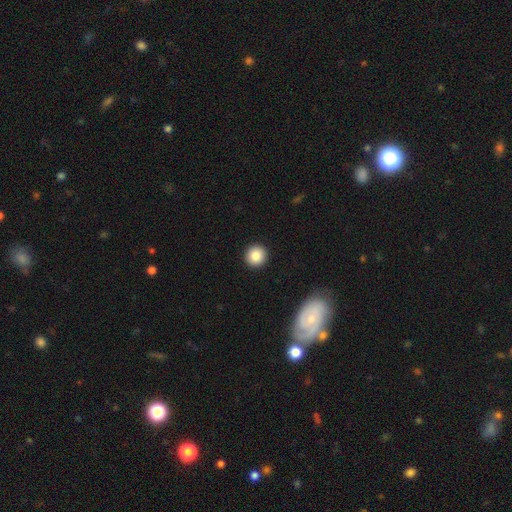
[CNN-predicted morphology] This is clearly a smooth galaxy (85%). How rounded: clearly round (94%). Merging: clearly none (92%).